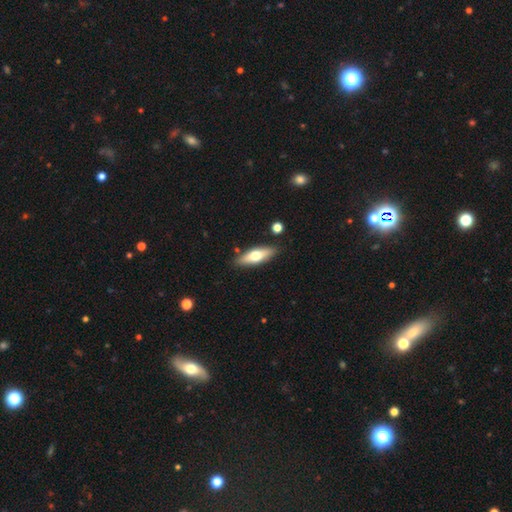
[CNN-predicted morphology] A smooth galaxy with no disk features (56%) that is in between round and cigar-shaped (51%). Merging: none (85%).